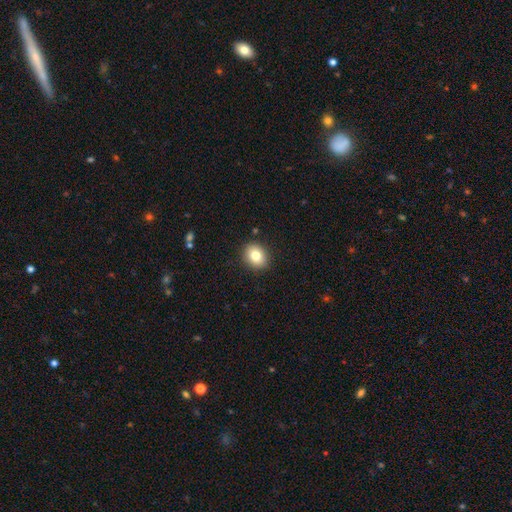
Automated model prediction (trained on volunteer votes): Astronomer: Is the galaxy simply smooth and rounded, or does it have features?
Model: smooth — 81%.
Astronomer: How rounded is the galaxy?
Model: round — 56% (runner-up: in between, 43%).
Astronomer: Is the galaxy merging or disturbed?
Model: none — 90%.